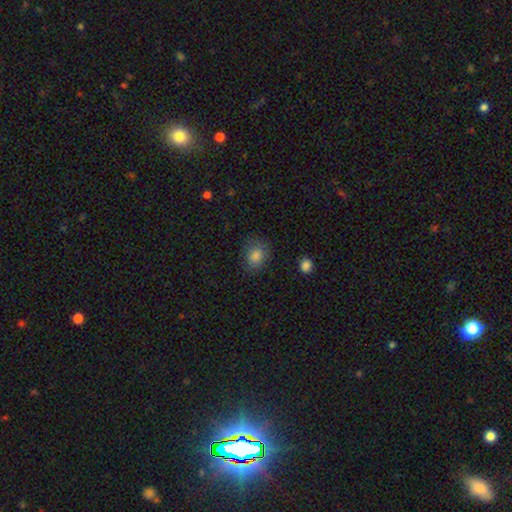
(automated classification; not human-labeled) This is clearly a smooth galaxy (83%). How rounded: possibly round (50%). Merging: likely none (75%).